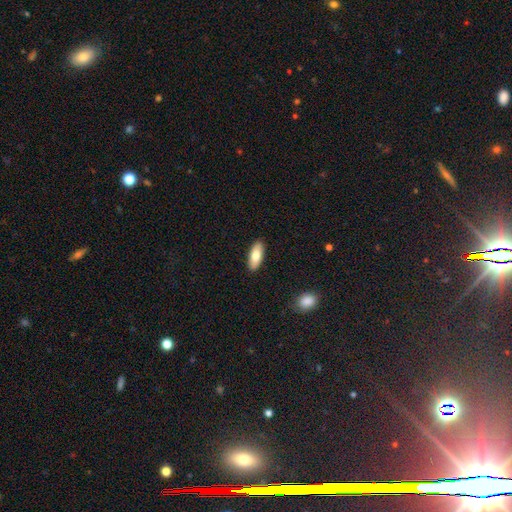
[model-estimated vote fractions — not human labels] Smooth or featured? Predicted: smooth (p=0.78). How rounded? Predicted: in between (p=0.78). Merging? Predicted: none (p=0.89).